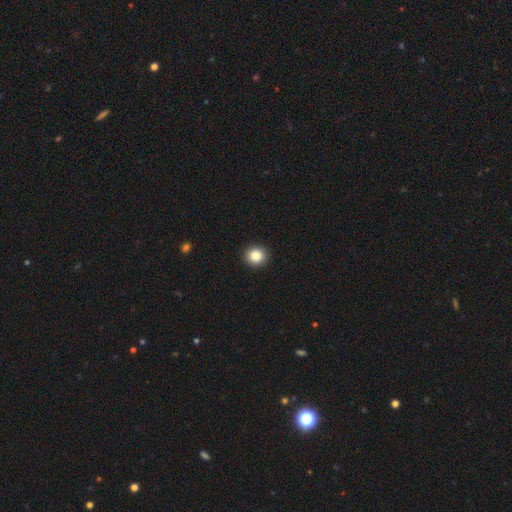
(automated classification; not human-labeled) Morphology: type=smooth (84%); roundness=round (90%); merging=none (93%).